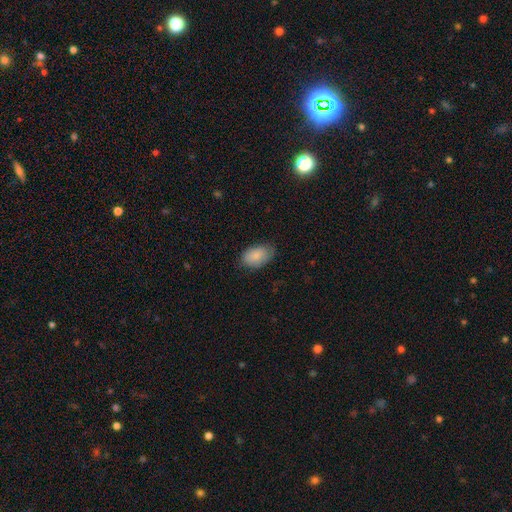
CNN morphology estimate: Smooth or featured: smooth — 87% (featured or disk — 7%)
How rounded: in between — 92% (round — 7%)
Merging: none — 73% (minor disturbance — 22%)